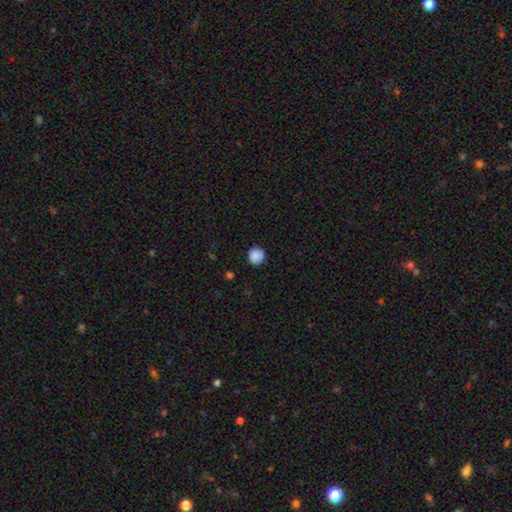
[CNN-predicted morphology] smooth 88%, star or artifact 9%, featured or disk 3%. Down the decision tree: how rounded — round (93%); merging — none (88%).